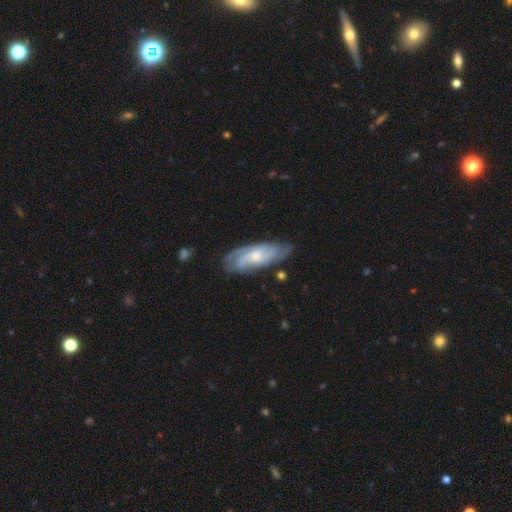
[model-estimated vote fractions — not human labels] The model was most divided on "spiral arm count": 2: 31%, can't tell: 28%, 3: 24%, 4: 8%, 1: 4%, more than 4: 4%. More confident: spiral arms — yes (95%); edge-on disk — no (90%); smooth or featured — featured or disk (79%); merging — none (74%); bar — no (59%); bulge size — small (58%); spiral winding — tight (50%).